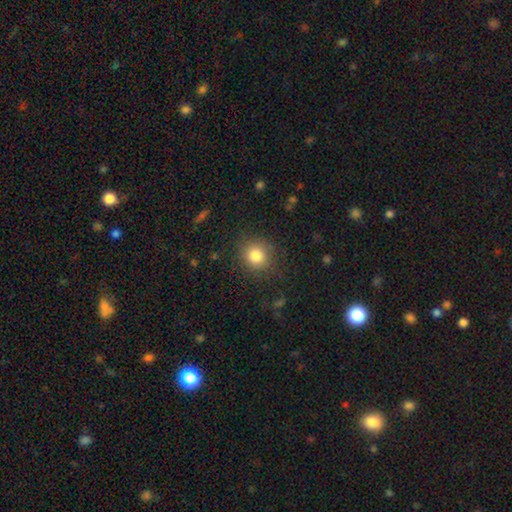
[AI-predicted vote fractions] Smooth or featured?
  - smooth: 82% *
  - star or artifact: 12%
  - featured or disk: 7%
How rounded?
  - round: 88% *
  - in between: 11%
  - cigar-shaped: 1%
Merging?
  - none: 85% *
  - minor disturbance: 9%
  - major disturbance: 4%
  - merger: 1%